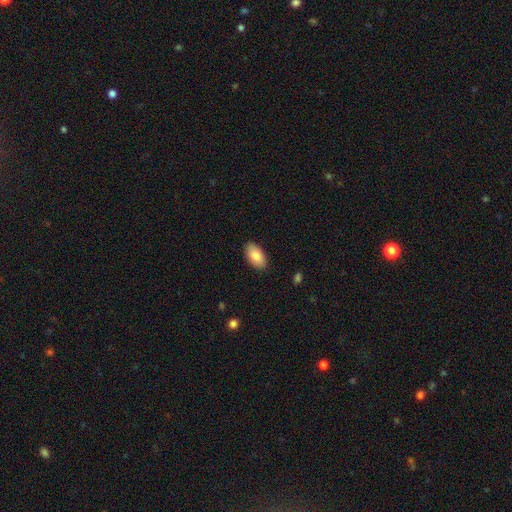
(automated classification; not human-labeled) smooth-or-featured: smooth: 83% | featured or disk: 11% | star or artifact: 6%
  how-rounded: in between: 95% | round: 3% | cigar-shaped: 2%
  merging: none: 88% | minor disturbance: 9% | major disturbance: 2% | merger: 1%